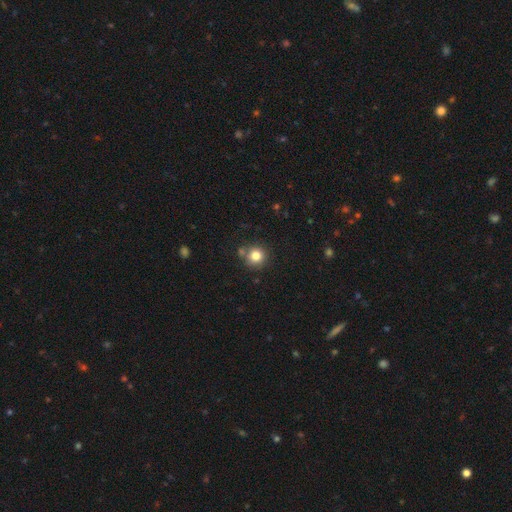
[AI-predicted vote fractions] The model was most divided on "merging": none: 78%, minor disturbance: 10%, merger: 9%, major disturbance: 3%. More confident: how rounded — round (93%); smooth or featured — smooth (81%).